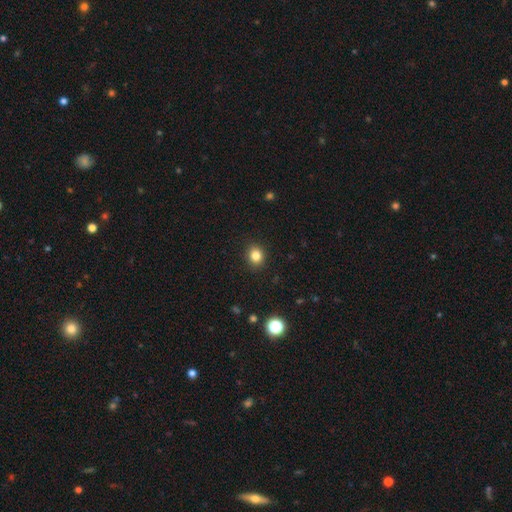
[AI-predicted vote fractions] Smooth or featured? Predicted: smooth (p=0.82). How rounded? Predicted: round (p=0.74). Merging? Predicted: none (p=0.91).